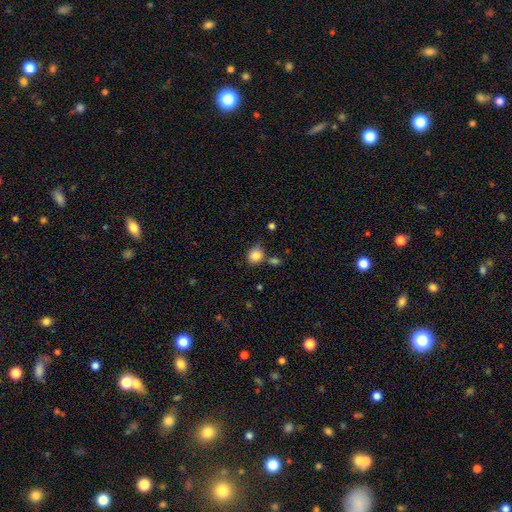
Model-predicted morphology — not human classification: The model was most divided on "how rounded": round: 69%, in between: 30%, cigar-shaped: 1%. More confident: smooth or featured — smooth (84%); merging — none (60%).